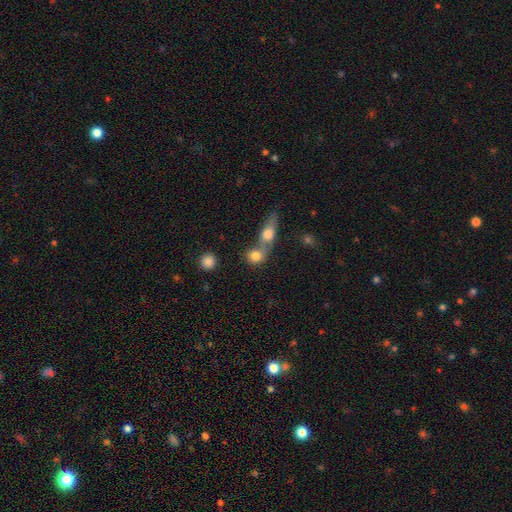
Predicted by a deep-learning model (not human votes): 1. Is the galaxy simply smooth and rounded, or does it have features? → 80% smooth, 11% featured or disk, 9% star or artifact.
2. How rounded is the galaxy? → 71% round, 25% in between, 4% cigar-shaped.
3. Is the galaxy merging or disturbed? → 57% merger, 34% none, 6% minor disturbance, 3% major disturbance.